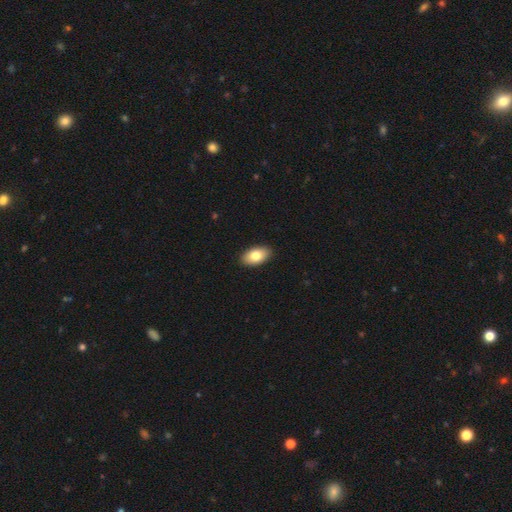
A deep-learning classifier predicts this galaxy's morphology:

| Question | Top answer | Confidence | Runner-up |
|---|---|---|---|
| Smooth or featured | smooth | 80% | featured or disk (13%) |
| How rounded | in between | 94% | round (4%) |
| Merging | none | 91% | minor disturbance (7%) |